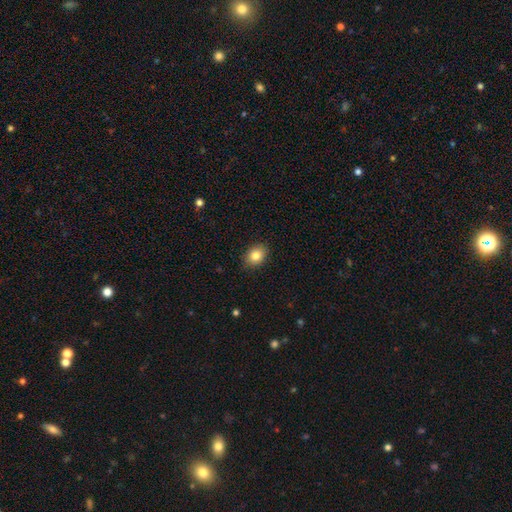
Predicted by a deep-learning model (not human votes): The model was most divided on "how rounded": in between: 61%, round: 38%, cigar-shaped: 1%. More confident: merging — none (88%); smooth or featured — smooth (84%).